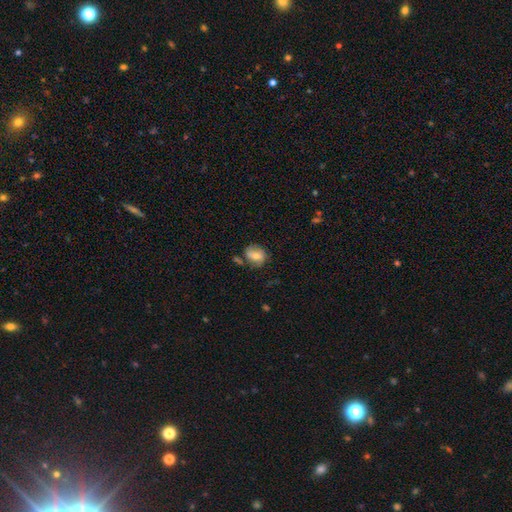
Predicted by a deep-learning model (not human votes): Q: Smooth or featured?
A: smooth (58%); runner-up: featured or disk (33%)
Q: How rounded?
A: round (57%); runner-up: in between (42%)
Q: Merging?
A: none (59%); runner-up: minor disturbance (23%)